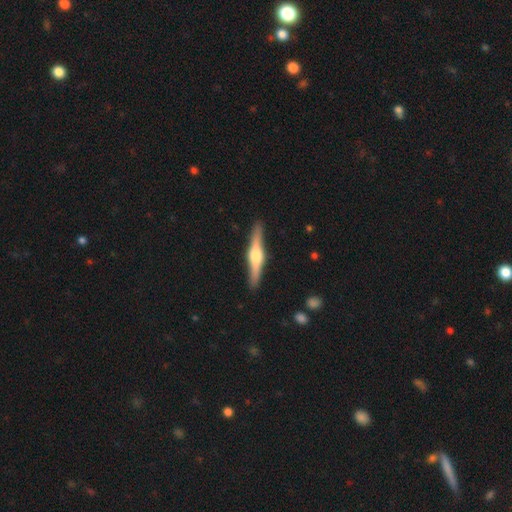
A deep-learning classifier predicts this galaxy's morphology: featured or disk 72%, smooth 23%, star or artifact 5%. Down the decision tree: edge-on disk — yes (97%); edge-on bulge — rounded (90%); merging — none (90%).